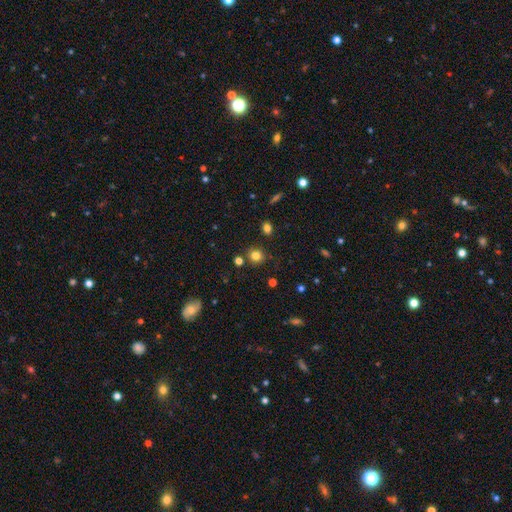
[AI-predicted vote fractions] smooth-or-featured: smooth: 80% | star or artifact: 14% | featured or disk: 6%
  how-rounded: round: 88% | in between: 11% | cigar-shaped: 1%
  merging: none: 86% | minor disturbance: 8% | merger: 4% | major disturbance: 3%